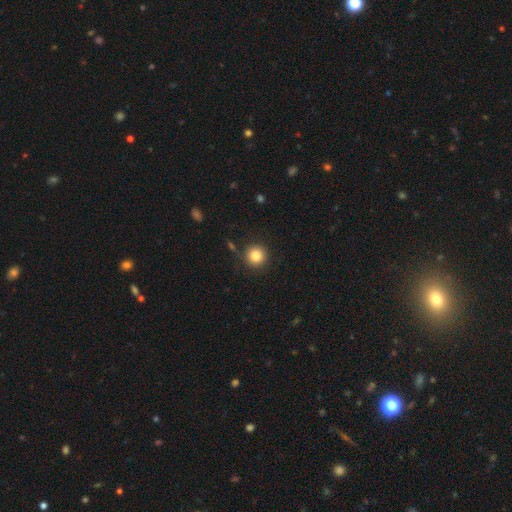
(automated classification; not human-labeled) This appears to be a smooth galaxy with no disk features (84%) that is round (94%). Merging: none (87%).